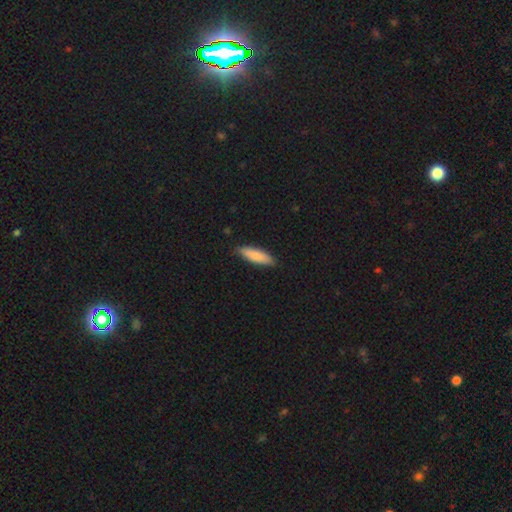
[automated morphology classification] Q: Smooth or featured?
A: smooth (84%); runner-up: featured or disk (10%)
Q: How rounded?
A: cigar-shaped (56%); runner-up: in between (42%)
Q: Merging?
A: none (86%); runner-up: minor disturbance (12%)